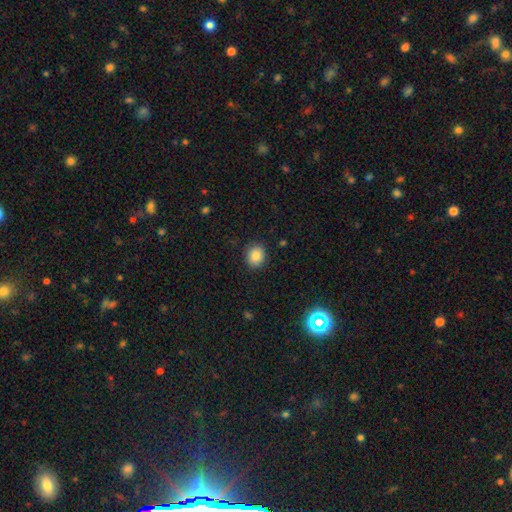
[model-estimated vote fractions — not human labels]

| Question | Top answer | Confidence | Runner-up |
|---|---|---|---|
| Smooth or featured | smooth | 85% | star or artifact (10%) |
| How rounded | round | 71% | in between (29%) |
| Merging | none | 89% | minor disturbance (8%) |